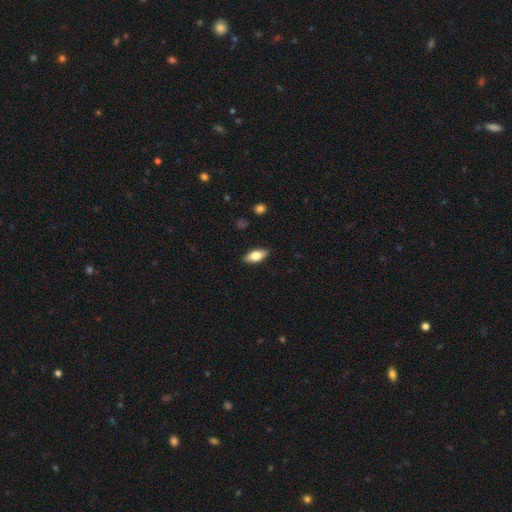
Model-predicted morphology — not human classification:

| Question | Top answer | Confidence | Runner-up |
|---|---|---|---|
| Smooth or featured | smooth | 76% | featured or disk (18%) |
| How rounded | in between | 87% | cigar-shaped (9%) |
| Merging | none | 87% | minor disturbance (10%) |